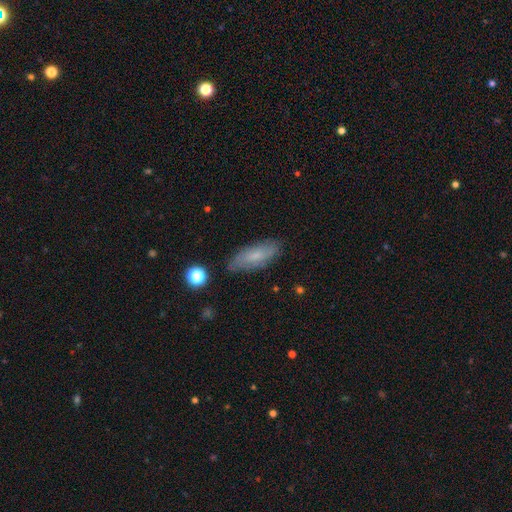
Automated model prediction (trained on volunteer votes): The model was most divided on "smooth or featured": smooth: 64%, featured or disk: 29%, star or artifact: 8%. More confident: merging — none (79%); how rounded — in between (73%).